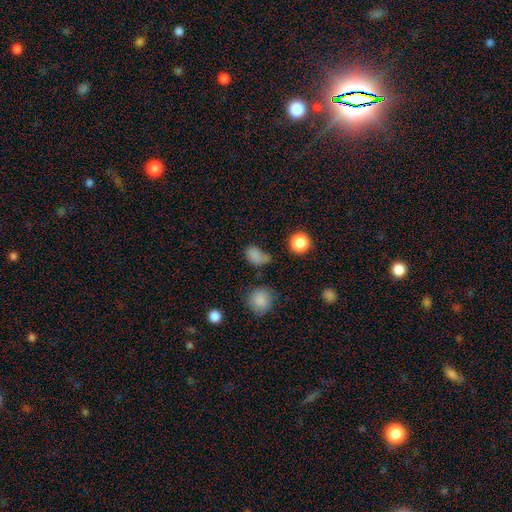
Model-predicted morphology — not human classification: Q: Smooth or featured?
A: smooth (77%); runner-up: star or artifact (15%)
Q: How rounded?
A: in between (69%); runner-up: round (29%)
Q: Merging?
A: none (46%); runner-up: minor disturbance (29%)